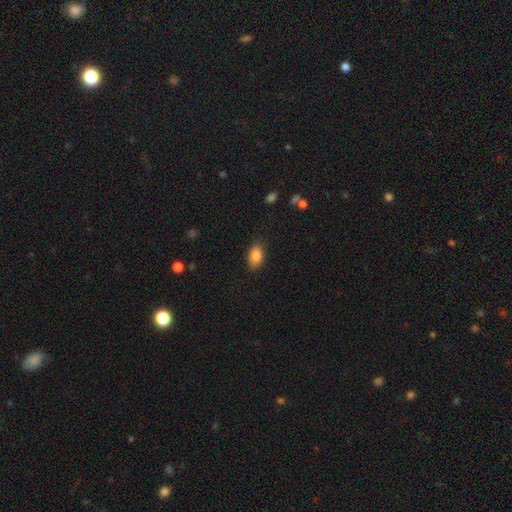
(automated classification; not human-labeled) Smooth or featured? smooth (86%)
How rounded? in between (89%)
Merging? none (83%)